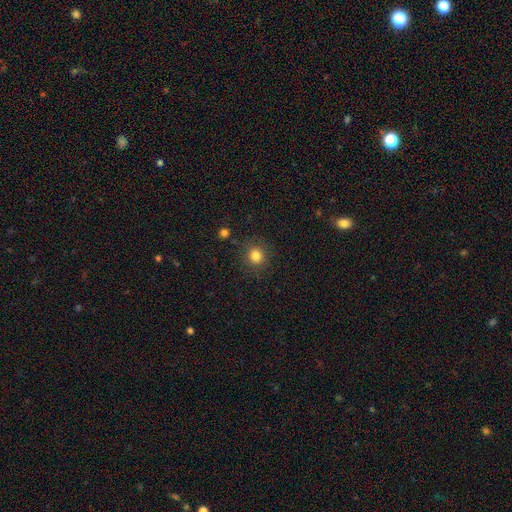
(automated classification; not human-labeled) Morphology: type=smooth (82%); roundness=round (90%); merging=none (86%).